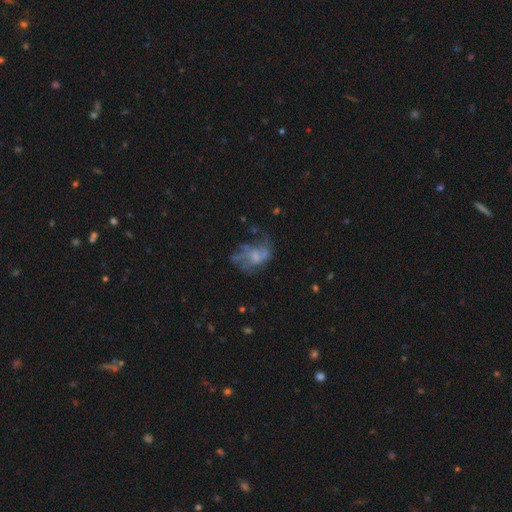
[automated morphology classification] Smooth or featured?
  - featured or disk: 62% *
  - smooth: 25%
  - star or artifact: 14%
Edge-on disk?
  - no: 98% *
  - yes: 2%
Bar?
  - no: 74% *
  - weak: 22%
  - strong: 4%
Spiral arms?
  - no: 51% *
  - yes: 49%
Bulge size?
  - none: 42% *
  - small: 32%
  - moderate: 21%
  - large: 4%
  - dominant: 1%
Merging?
  - none: 39% *
  - major disturbance: 36%
  - minor disturbance: 19%
  - merger: 6%